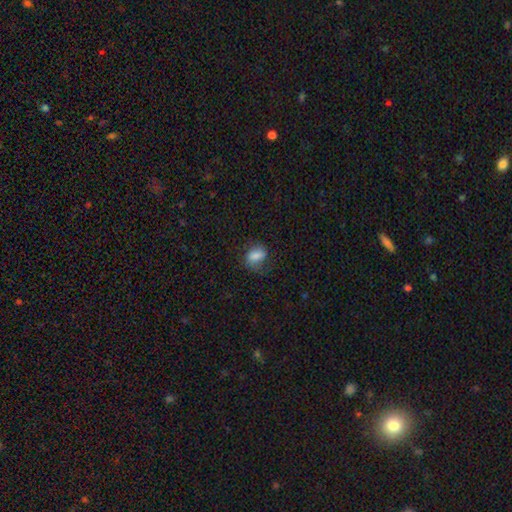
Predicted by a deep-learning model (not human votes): This is likely a smooth galaxy (78%). How rounded: likely in between (74%). Merging: likely none (64%).